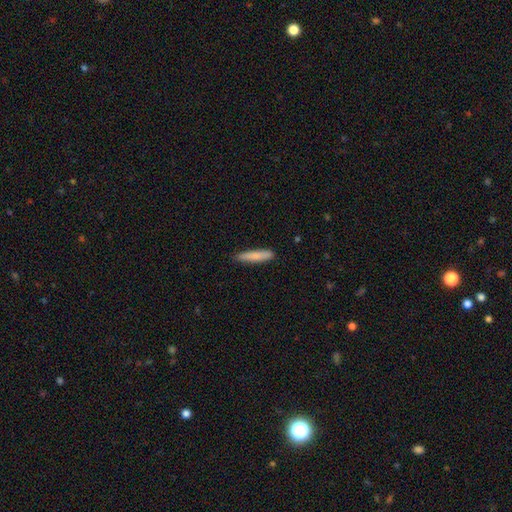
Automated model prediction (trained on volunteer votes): A smooth galaxy with no disk features (80%) that is cigar-shaped (88%).

Vote fractions:
- Smooth or featured? smooth: 80% / featured or disk: 14% / star or artifact: 6%
- How rounded? cigar-shaped: 88% / in between: 11% / round: 1%
- Merging? none: 85% / minor disturbance: 12% / major disturbance: 2% / merger: 1%